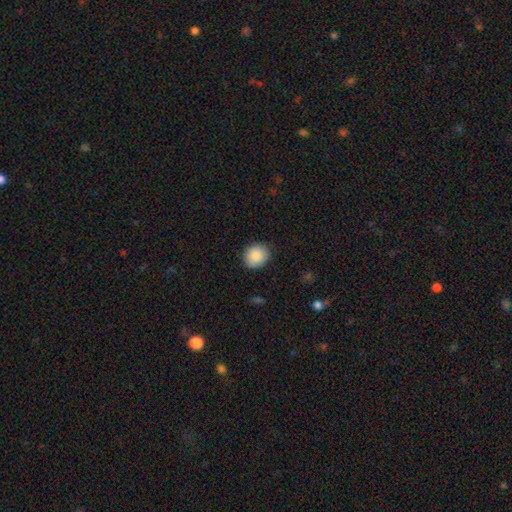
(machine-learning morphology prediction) The model was most divided on "how rounded": round: 65%, in between: 35%, cigar-shaped: 1%. More confident: smooth or featured — smooth (89%); merging — none (88%).